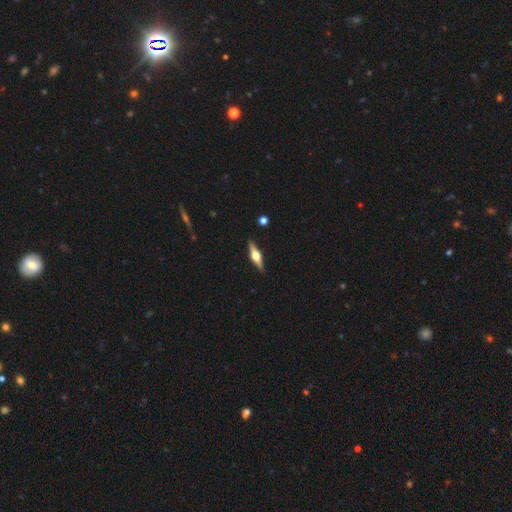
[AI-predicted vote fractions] Smooth or featured: featured or disk — 75% (smooth — 20%)
Edge-on disk: yes — 97% (no — 3%)
Edge-on bulge: rounded — 94% (boxy — 4%)
Merging: none — 90% (minor disturbance — 7%)